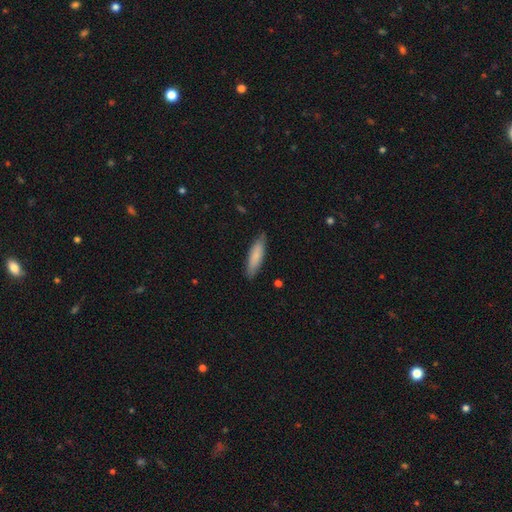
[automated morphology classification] A smooth galaxy with no disk features (81%) that is cigar-shaped (66%).

Vote fractions:
- Smooth or featured? smooth: 81% / featured or disk: 13% / star or artifact: 5%
- How rounded? cigar-shaped: 66% / in between: 32% / round: 1%
- Merging? none: 84% / minor disturbance: 13% / major disturbance: 2% / merger: 1%